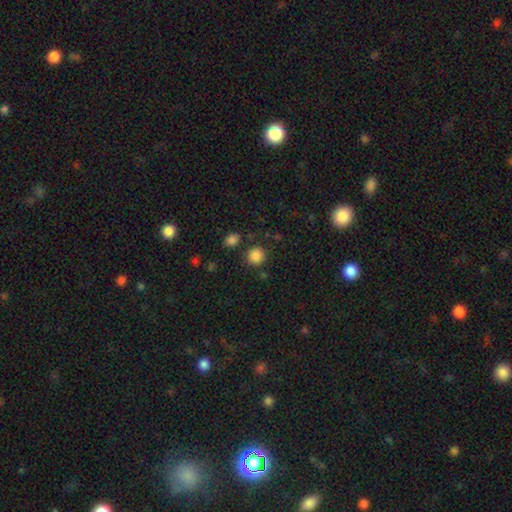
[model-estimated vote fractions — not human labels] smooth_or_featured: smooth (p=0.86) [alt: star or artifact p=0.10]
how_rounded: round (p=0.90) [alt: in between p=0.09]
merging: none (p=0.84) [alt: minor disturbance p=0.08]